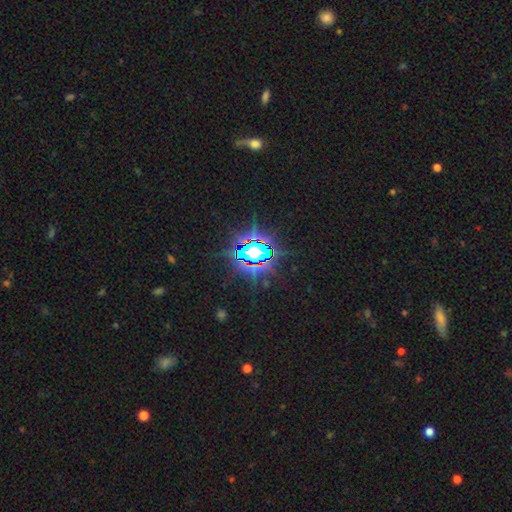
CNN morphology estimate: star or artifact 81%, smooth 12%, featured or disk 8%.